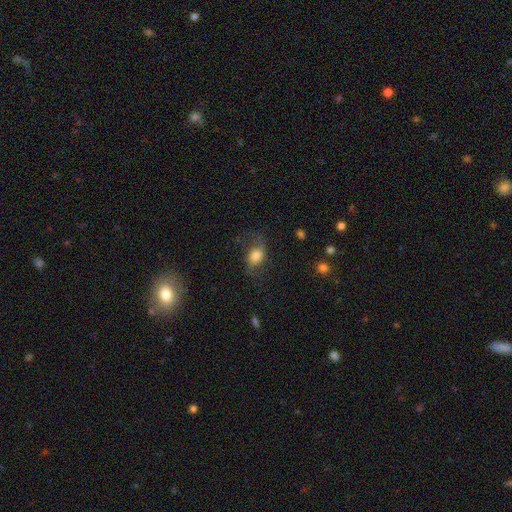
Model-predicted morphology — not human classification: This appears to be a smooth galaxy with no disk features (61%) that is in between round and cigar-shaped (70%). Merging: none (57%).